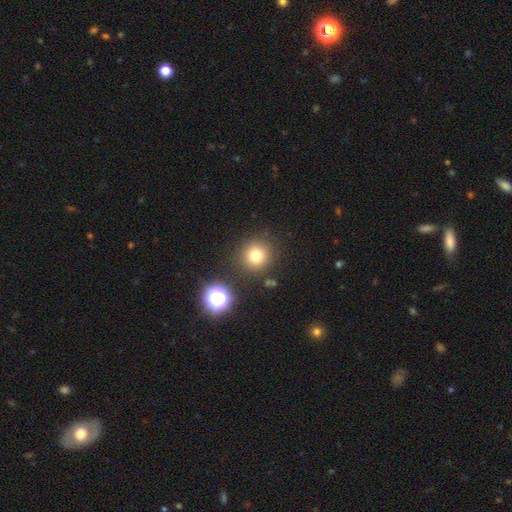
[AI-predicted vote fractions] This is likely a smooth galaxy (76%). How rounded: clearly round (94%). Merging: clearly none (86%).